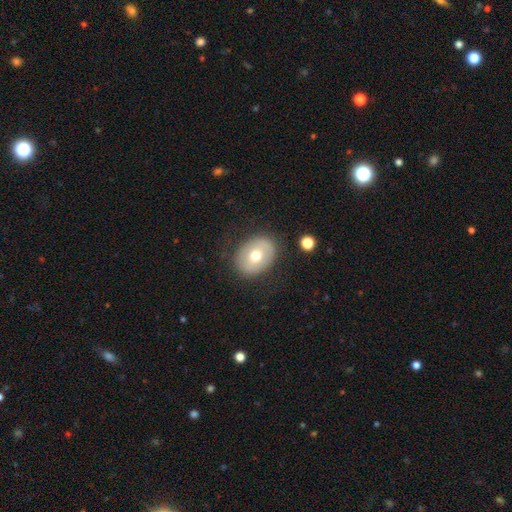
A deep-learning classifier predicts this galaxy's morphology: smooth-or-featured: smooth: 61% | featured or disk: 32% | star or artifact: 8%
  how-rounded: in between: 59% | round: 40% | cigar-shaped: 1%
  merging: none: 83% | minor disturbance: 12% | major disturbance: 4% | merger: 1%